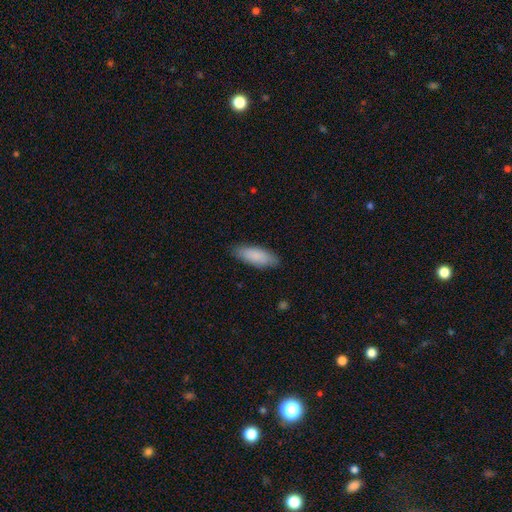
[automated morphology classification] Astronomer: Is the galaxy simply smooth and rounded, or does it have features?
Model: smooth — 88%.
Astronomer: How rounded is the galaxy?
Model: in between — 68%.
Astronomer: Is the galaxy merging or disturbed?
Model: none — 86%.